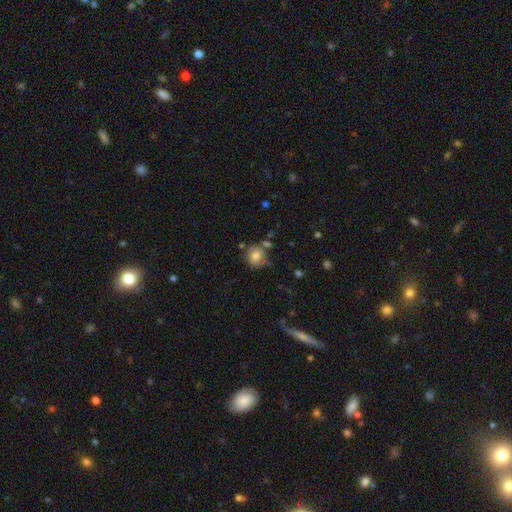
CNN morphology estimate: Smooth or featured?
  - smooth: 77% *
  - featured or disk: 12%
  - star or artifact: 10%
How rounded?
  - round: 85% *
  - in between: 14%
  - cigar-shaped: 1%
Merging?
  - none: 69% *
  - minor disturbance: 16%
  - merger: 10%
  - major disturbance: 5%